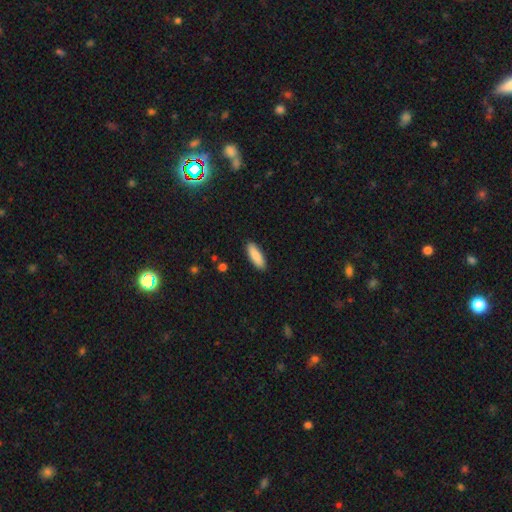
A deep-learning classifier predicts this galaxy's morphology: Overall: smooth (87%). How rounded: in between (56%; cigar-shaped 43%). Merging: none (89%).